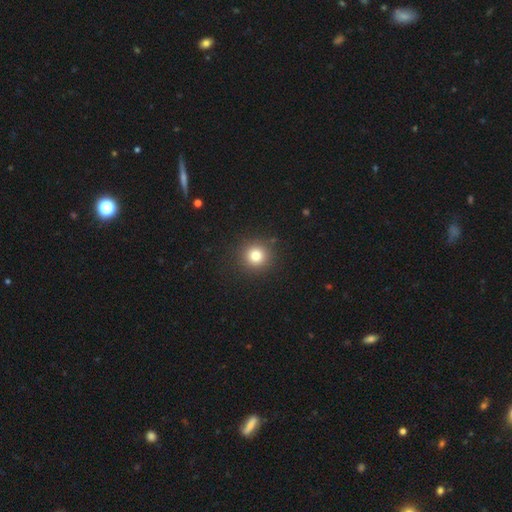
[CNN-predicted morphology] Smooth or featured?
  - smooth: 80% *
  - star or artifact: 13%
  - featured or disk: 7%
How rounded?
  - round: 94% *
  - in between: 5%
  - cigar-shaped: 1%
Merging?
  - none: 90% *
  - minor disturbance: 6%
  - major disturbance: 2%
  - merger: 1%